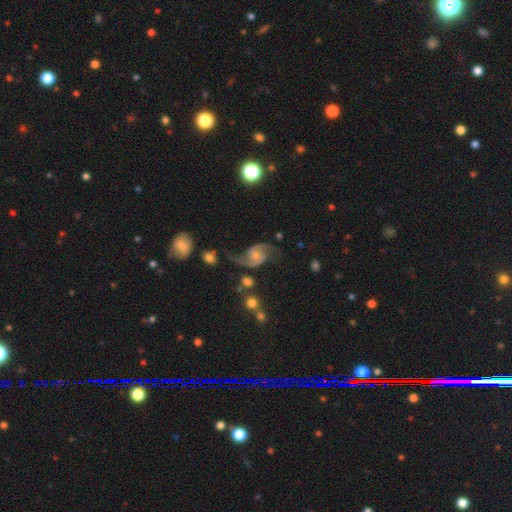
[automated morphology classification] Smooth or featured? Predicted: featured or disk (p=0.90). Edge-on disk? Predicted: no (p=0.98). Bar? Predicted: no (p=0.60). Spiral arms? Predicted: yes (p=0.97). Spiral winding? Predicted: loose (p=0.60). Spiral arm count? Predicted: 2 (p=0.94). Bulge size? Predicted: small (p=0.53). Merging? Predicted: none (p=0.64).